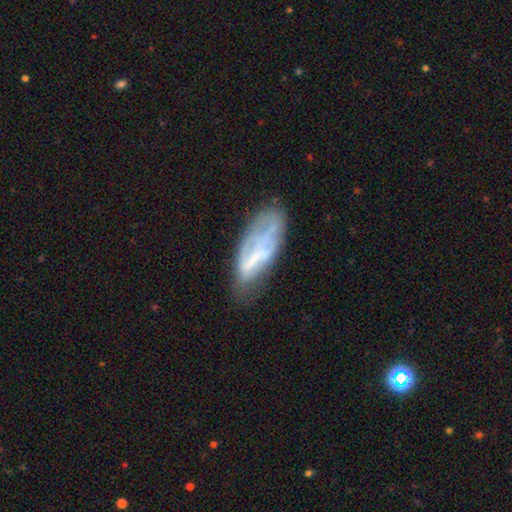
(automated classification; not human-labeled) Smooth or featured? featured or disk (50%)
Merging? none (45%)